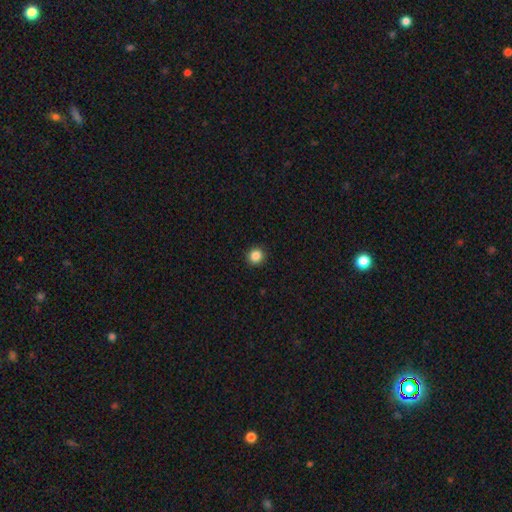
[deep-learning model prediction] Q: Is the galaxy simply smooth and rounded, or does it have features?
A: smooth — 86%.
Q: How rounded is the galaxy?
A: round — 94%.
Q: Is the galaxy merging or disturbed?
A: none — 93%.